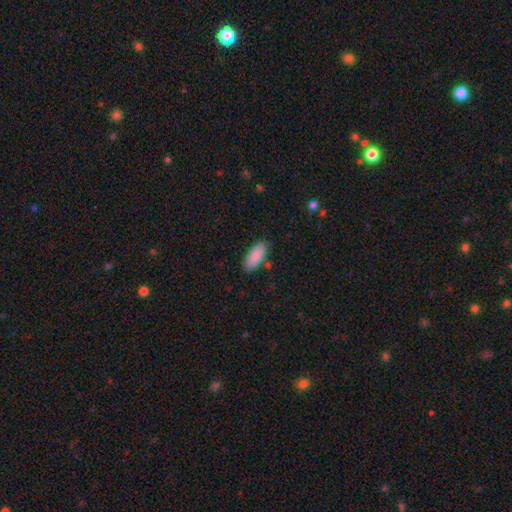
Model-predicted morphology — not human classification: Smooth or featured: smooth — 88% (featured or disk — 6%)
How rounded: in between — 88% (cigar-shaped — 10%)
Merging: none — 83% (minor disturbance — 12%)